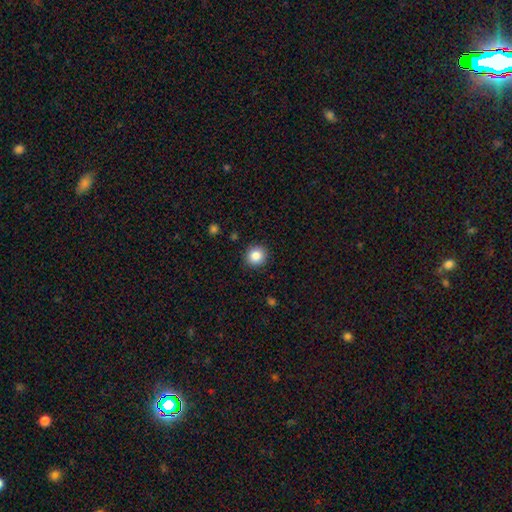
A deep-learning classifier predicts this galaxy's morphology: A smooth galaxy with no disk features (85%) that is round (90%). Merging: none (91%).